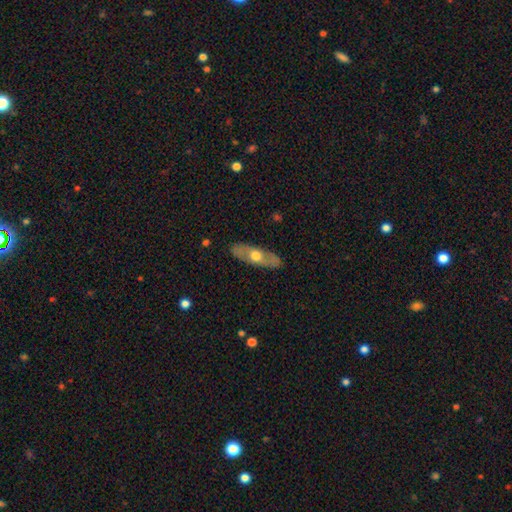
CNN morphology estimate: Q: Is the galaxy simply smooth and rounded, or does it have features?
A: featured or disk — 49%.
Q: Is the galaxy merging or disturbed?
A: none — 85%.